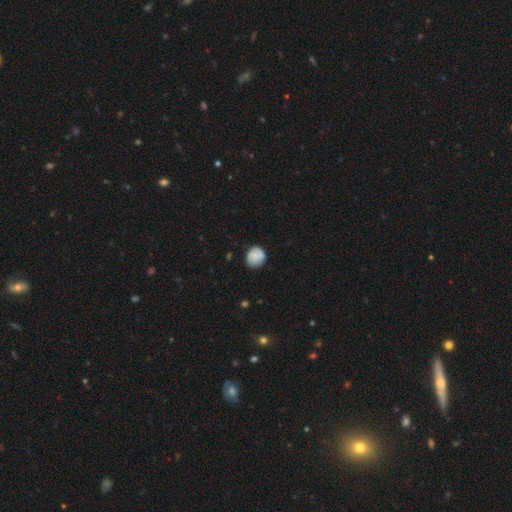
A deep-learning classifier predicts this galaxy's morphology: The model was most divided on "merging": none: 71%, minor disturbance: 23%, major disturbance: 5%, merger: 2%. More confident: how rounded — round (74%); smooth or featured — smooth (73%).